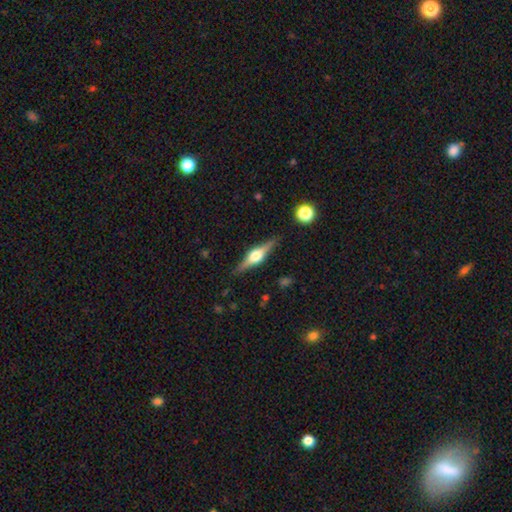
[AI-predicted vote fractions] Morphology: type=featured or disk (75%); edge-on=yes (97%); edge-on bulge=rounded (92%); merging=none (88%).